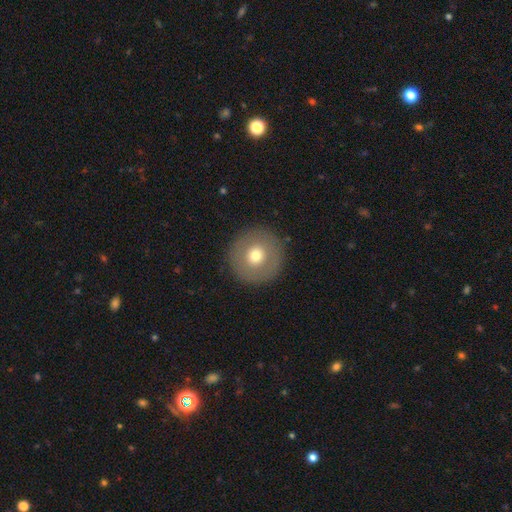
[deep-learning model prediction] A smooth galaxy with no disk features (65%) that is round (96%). Merging: none (90%).